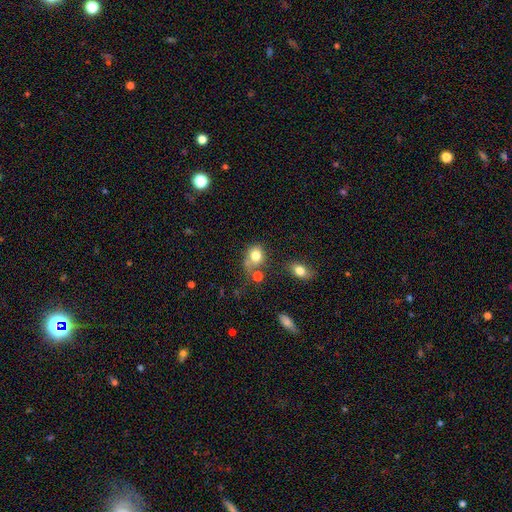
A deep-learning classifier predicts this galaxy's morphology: The model was most divided on "how rounded": round: 56%, in between: 42%, cigar-shaped: 1%. Remaining: smooth or featured — smooth (79%); merging — none (45%).